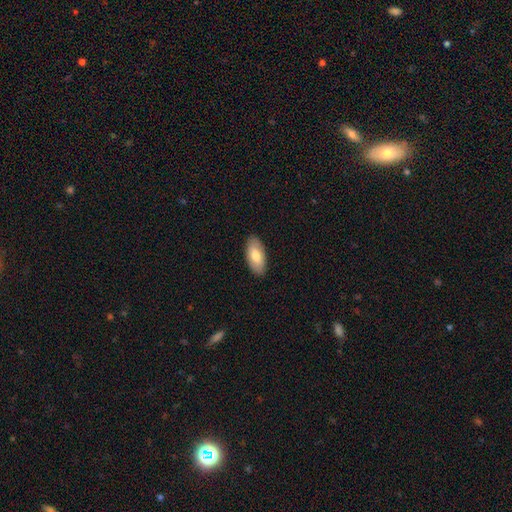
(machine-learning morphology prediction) Smooth or featured?
  - smooth: 73% *
  - featured or disk: 22%
  - star or artifact: 5%
How rounded?
  - in between: 93% *
  - cigar-shaped: 5%
  - round: 2%
Merging?
  - none: 88% *
  - minor disturbance: 9%
  - major disturbance: 2%
  - merger: 1%